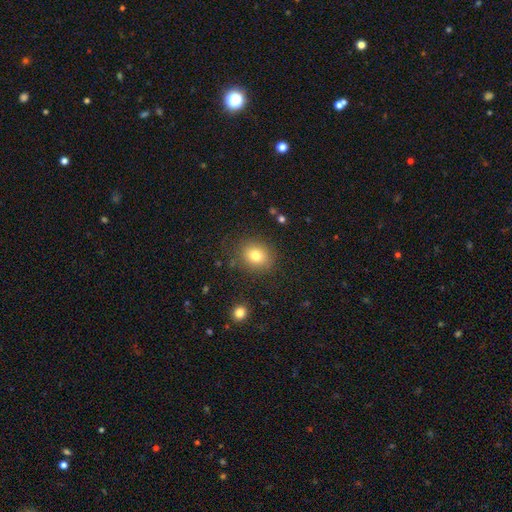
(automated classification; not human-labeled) Smooth or featured?
  - smooth: 78% *
  - star or artifact: 12%
  - featured or disk: 10%
How rounded?
  - round: 69% *
  - in between: 30%
  - cigar-shaped: 1%
Merging?
  - none: 83% *
  - minor disturbance: 10%
  - major disturbance: 4%
  - merger: 2%